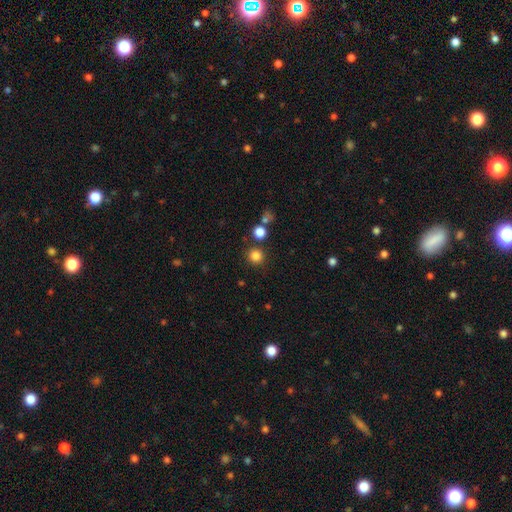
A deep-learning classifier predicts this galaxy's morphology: Smooth or featured?
  - smooth: 83% *
  - star or artifact: 13%
  - featured or disk: 4%
How rounded?
  - round: 94% *
  - in between: 5%
  - cigar-shaped: 1%
Merging?
  - none: 84% *
  - minor disturbance: 7%
  - merger: 6%
  - major disturbance: 3%